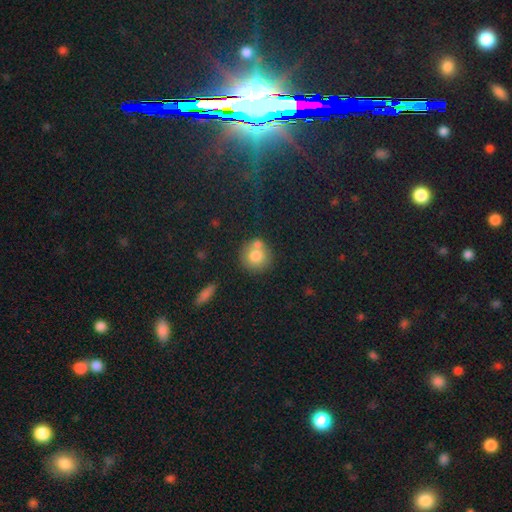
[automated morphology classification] A smooth galaxy with no disk features (76%) that is round (90%). Merging: none (60%).